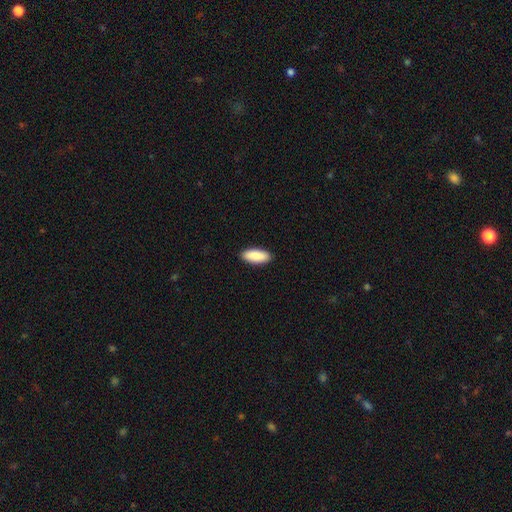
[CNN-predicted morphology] Smooth or featured? Predicted: smooth (p=0.90). How rounded? Predicted: in between (p=0.80). Merging? Predicted: none (p=0.91).